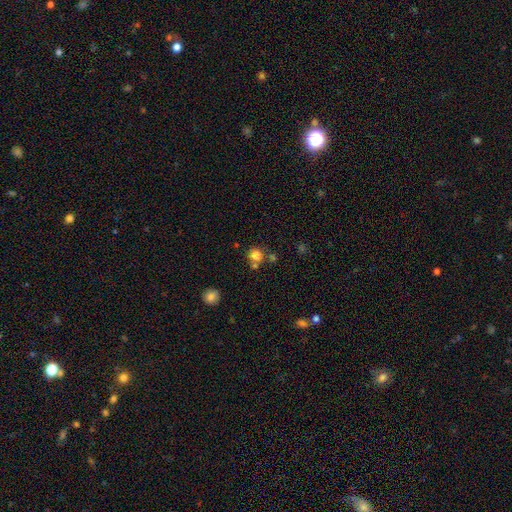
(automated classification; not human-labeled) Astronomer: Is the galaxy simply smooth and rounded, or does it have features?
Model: smooth — 80%.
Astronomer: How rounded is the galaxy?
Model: round — 87%.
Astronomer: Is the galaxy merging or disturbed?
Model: none — 62%.